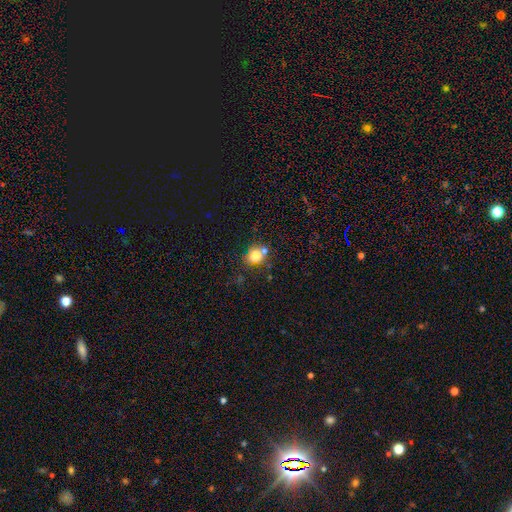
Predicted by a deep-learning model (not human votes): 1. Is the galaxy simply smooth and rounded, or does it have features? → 77% smooth, 12% star or artifact, 10% featured or disk.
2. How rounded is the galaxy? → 70% round, 29% in between, 1% cigar-shaped.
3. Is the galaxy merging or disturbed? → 58% none, 23% merger, 14% minor disturbance, 5% major disturbance.